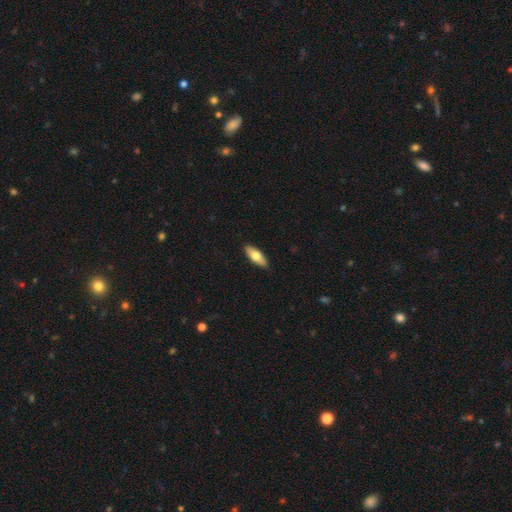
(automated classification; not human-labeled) This is likely a smooth galaxy (67%). How rounded: likely in between (68%). Merging: clearly none (89%).